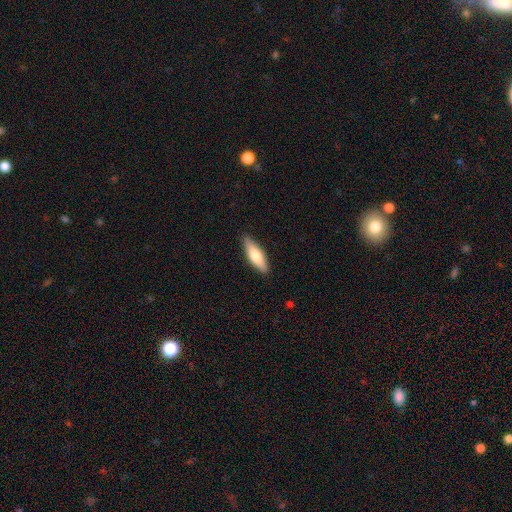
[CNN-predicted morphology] Overall: smooth (72%). How rounded: cigar-shaped (51%; in between 47%). Merging: none (88%).